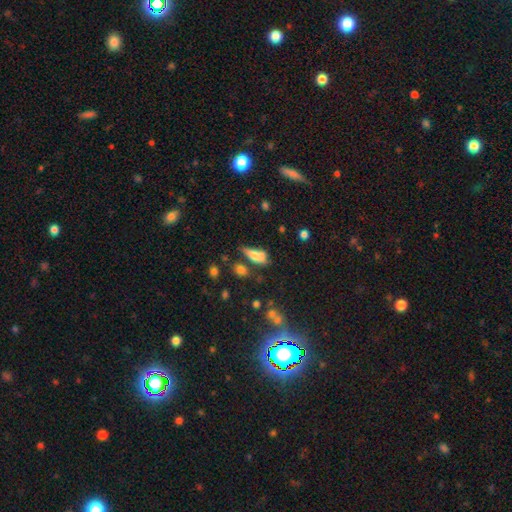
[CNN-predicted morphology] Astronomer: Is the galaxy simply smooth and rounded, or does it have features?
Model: smooth — 66%.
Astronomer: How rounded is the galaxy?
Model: in between — 73%.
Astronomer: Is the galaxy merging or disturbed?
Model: none — 32% (runner-up: minor disturbance, 26%).